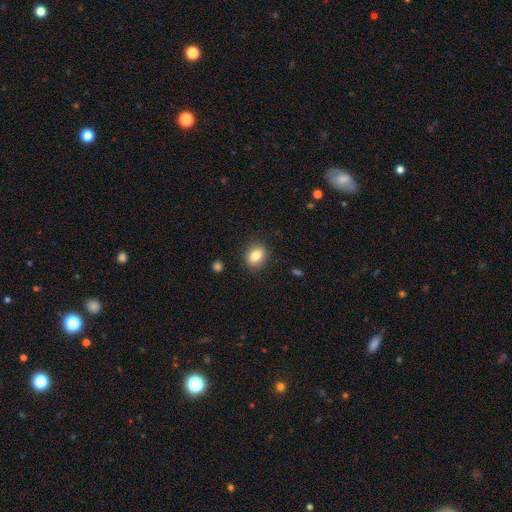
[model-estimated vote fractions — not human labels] This appears to be a smooth galaxy with no disk features (82%) that is in between round and cigar-shaped (52%). Merging: none (86%).